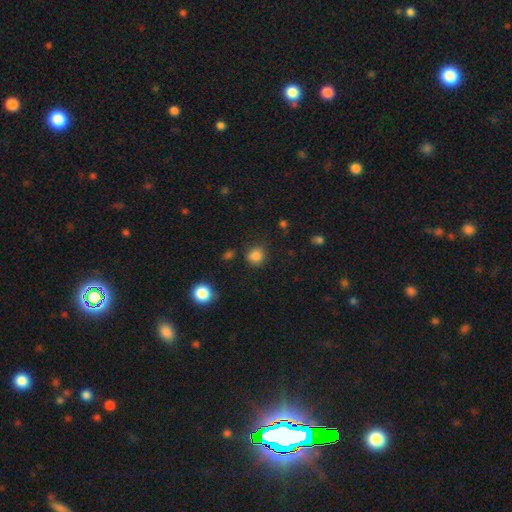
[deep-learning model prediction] Smooth or featured?
  - smooth: 83% *
  - star or artifact: 13%
  - featured or disk: 4%
How rounded?
  - round: 85% *
  - in between: 14%
  - cigar-shaped: 1%
Merging?
  - none: 83% *
  - minor disturbance: 11%
  - major disturbance: 3%
  - merger: 3%